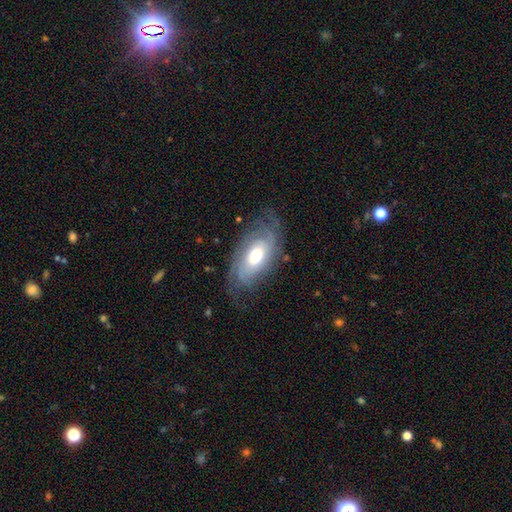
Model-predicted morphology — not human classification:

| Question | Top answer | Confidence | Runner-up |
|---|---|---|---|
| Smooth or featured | featured or disk | 68% | smooth (26%) |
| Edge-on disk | no | 91% | yes (9%) |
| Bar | no | 68% | weak (26%) |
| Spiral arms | yes | 84% | no (16%) |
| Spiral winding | tight | 53% | medium (32%) |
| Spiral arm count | can't tell | 47% | 2 (27%) |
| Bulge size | moderate | 62% | large (28%) |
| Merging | none | 67% | minor disturbance (21%) |